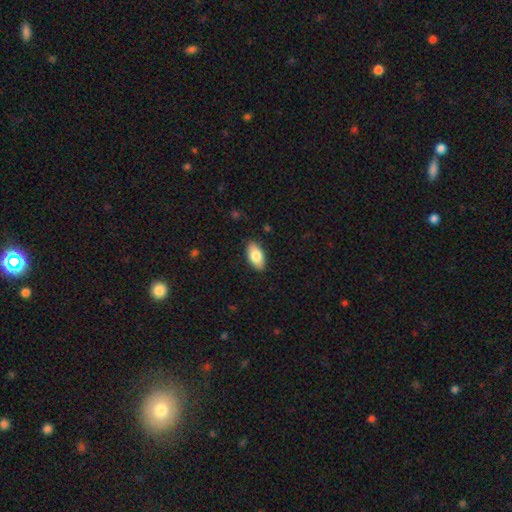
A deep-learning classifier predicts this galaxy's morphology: Smooth or featured? Predicted: smooth (p=0.82). How rounded? Predicted: in between (p=0.93). Merging? Predicted: none (p=0.88).